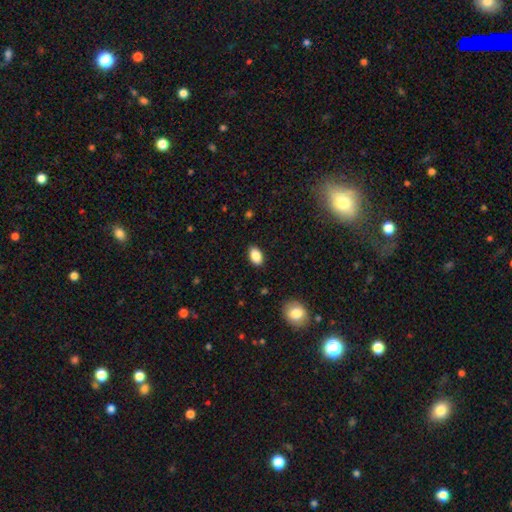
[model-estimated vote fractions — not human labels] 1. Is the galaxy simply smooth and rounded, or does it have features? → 87% smooth, 8% star or artifact, 5% featured or disk.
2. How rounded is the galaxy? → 90% in between, 8% round, 2% cigar-shaped.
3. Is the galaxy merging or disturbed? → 88% none, 9% minor disturbance, 2% major disturbance, 1% merger.